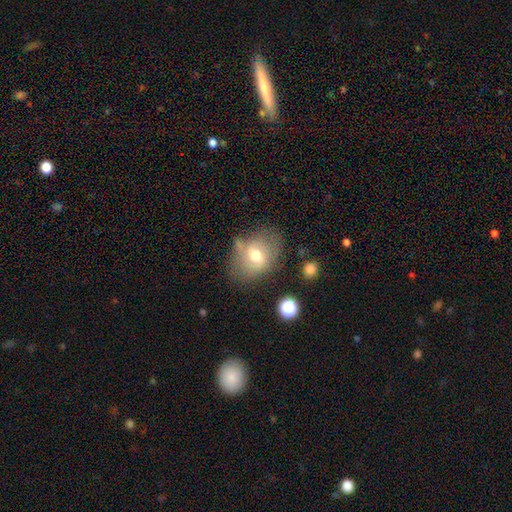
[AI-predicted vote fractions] Q: Smooth or featured?
A: smooth (54%); runner-up: featured or disk (34%)
Q: How rounded?
A: in between (58%); runner-up: round (41%)
Q: Merging?
A: none (54%); runner-up: minor disturbance (27%)